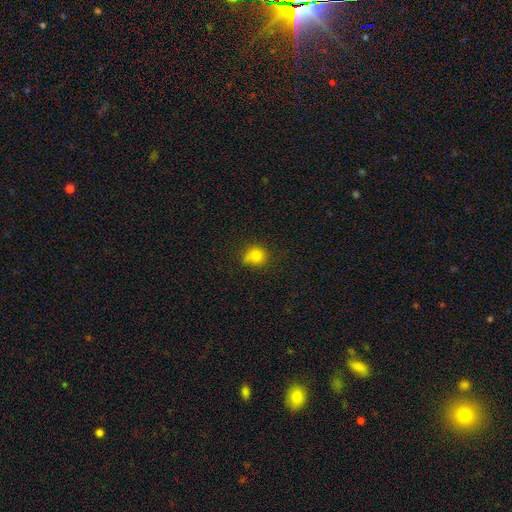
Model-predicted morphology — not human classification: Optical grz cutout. It shows a smooth galaxy with no disk features (80%) that is round (82%). Merging: none (69%).